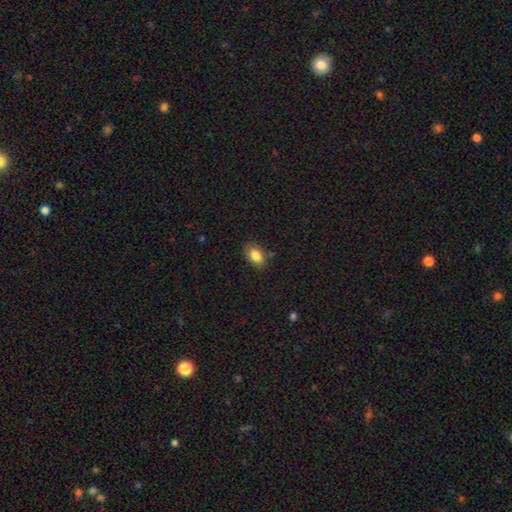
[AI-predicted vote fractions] smooth 84%, featured or disk 9%, star or artifact 8%. Down the decision tree: how rounded — in between (88%); merging — none (82%).